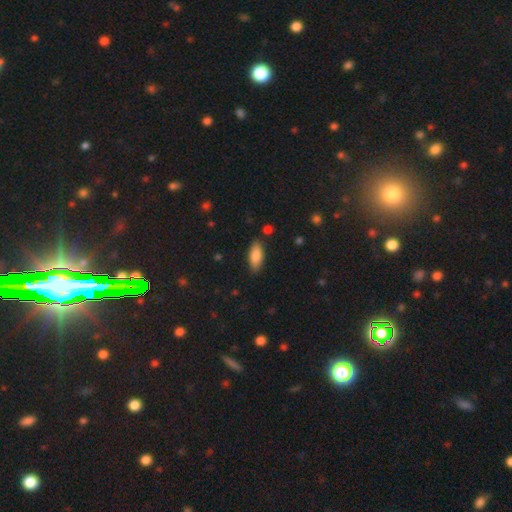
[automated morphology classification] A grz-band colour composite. It shows a smooth galaxy with no disk features (82%) that is in between round and cigar-shaped (78%). Merging: none (85%).